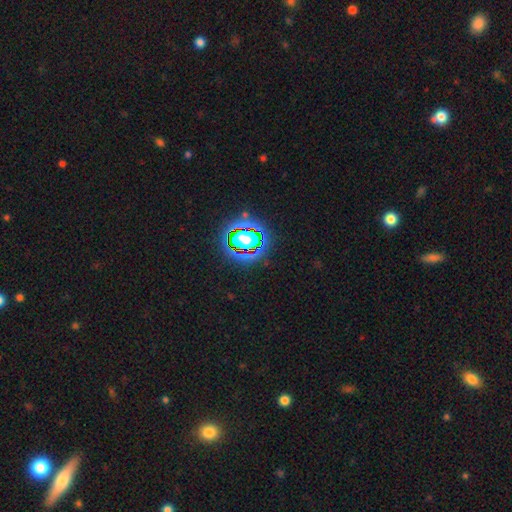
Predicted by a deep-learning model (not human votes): The model was most divided on "smooth or featured": star or artifact: 81%, smooth: 12%, featured or disk: 8%.